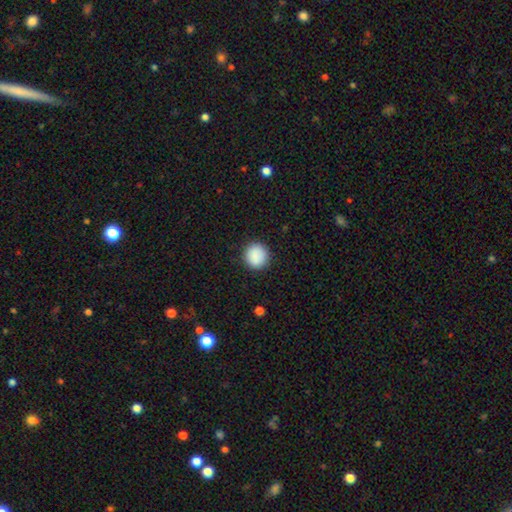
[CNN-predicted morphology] Overall: smooth (89%). How rounded: round (90%). Merging: none (90%).